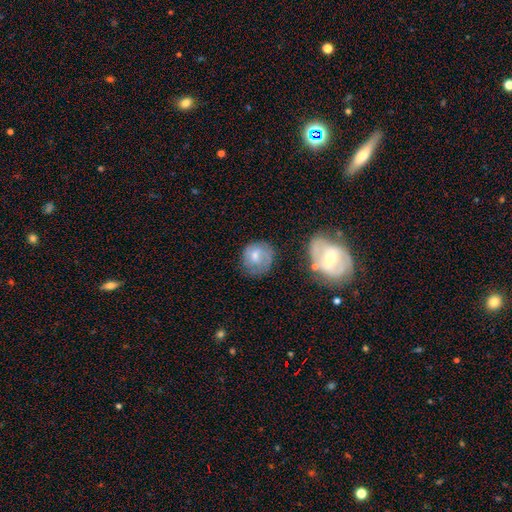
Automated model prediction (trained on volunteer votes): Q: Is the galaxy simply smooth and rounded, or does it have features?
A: smooth — 51%.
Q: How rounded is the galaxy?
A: round — 84%.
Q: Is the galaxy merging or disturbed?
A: none — 65%.